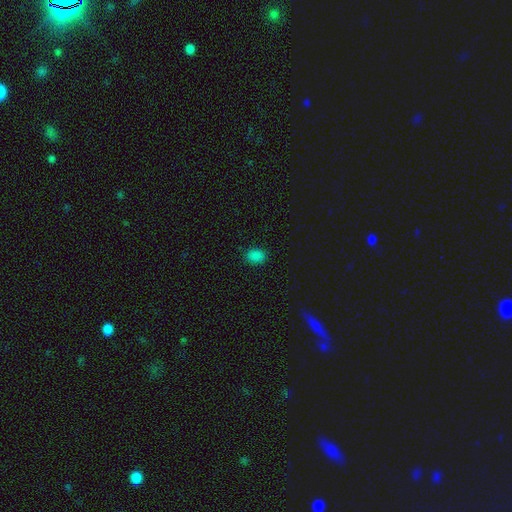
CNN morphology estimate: A smooth galaxy with no disk features (84%) that is in between round and cigar-shaped (64%). Merging: none (88%).